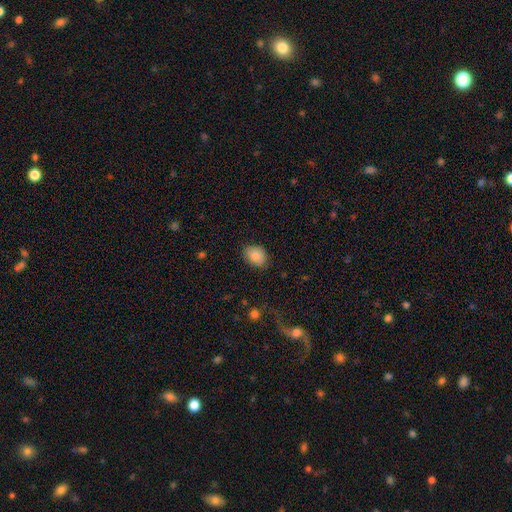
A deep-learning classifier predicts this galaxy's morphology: A smooth galaxy with no disk features (85%) that is in between round and cigar-shaped (60%).

Vote fractions:
- Smooth or featured? smooth: 85% / star or artifact: 8% / featured or disk: 7%
- How rounded? in between: 60% / round: 39% / cigar-shaped: 1%
- Merging? none: 79% / minor disturbance: 17% / major disturbance: 3% / merger: 1%